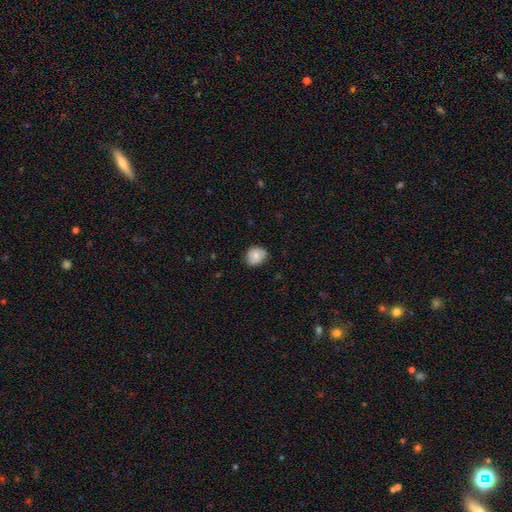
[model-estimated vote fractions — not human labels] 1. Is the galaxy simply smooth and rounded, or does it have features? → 80% smooth, 13% featured or disk, 8% star or artifact.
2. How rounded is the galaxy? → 59% round, 40% in between, 1% cigar-shaped.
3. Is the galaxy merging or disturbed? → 77% none, 19% minor disturbance, 3% major disturbance, 1% merger.